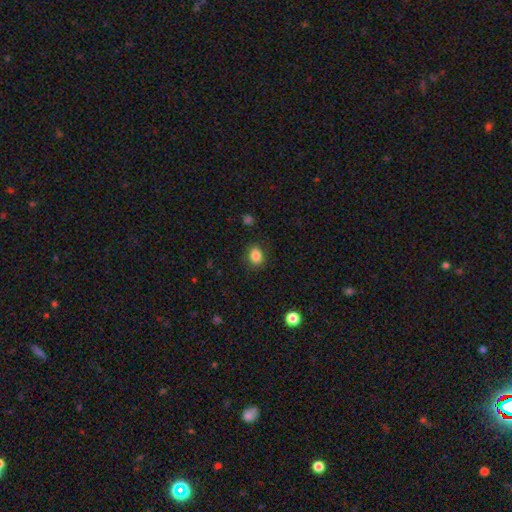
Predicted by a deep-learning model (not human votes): Smooth or featured? Predicted: smooth (p=0.86). How rounded? Predicted: in between (p=0.62). Merging? Predicted: none (p=0.86).